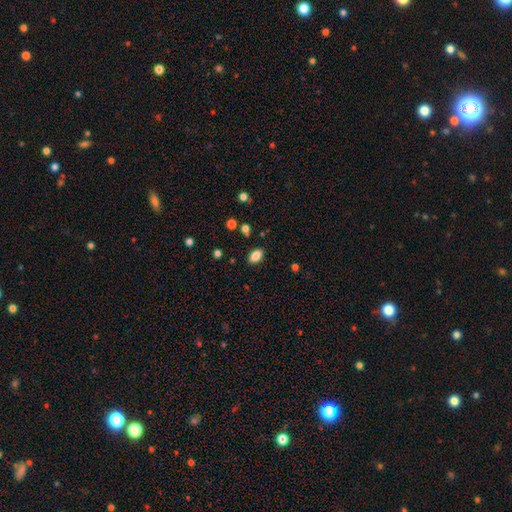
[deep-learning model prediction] smooth 86%, star or artifact 9%, featured or disk 5%. Down the decision tree: how rounded — in between (89%); merging — none (87%).